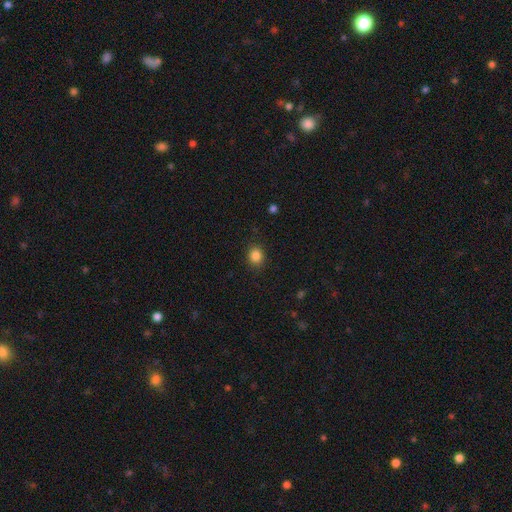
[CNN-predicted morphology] smooth 85%, star or artifact 11%, featured or disk 4%. Down the decision tree: how rounded — round (71%); merging — none (88%).